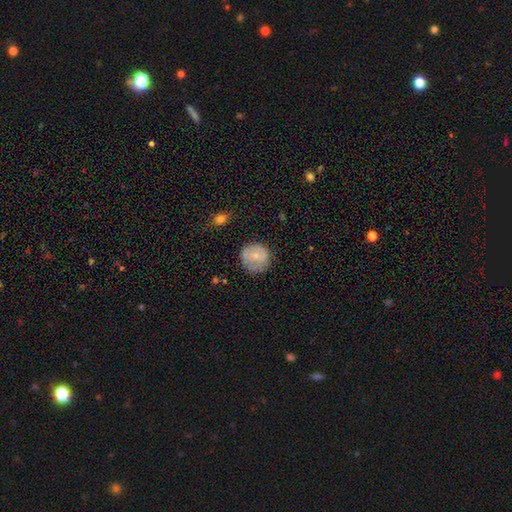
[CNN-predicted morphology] smooth-or-featured: smooth: 62% | featured or disk: 30% | star or artifact: 8%
  how-rounded: round: 89% | in between: 10% | cigar-shaped: 1%
  merging: none: 71% | minor disturbance: 21% | major disturbance: 7% | merger: 2%